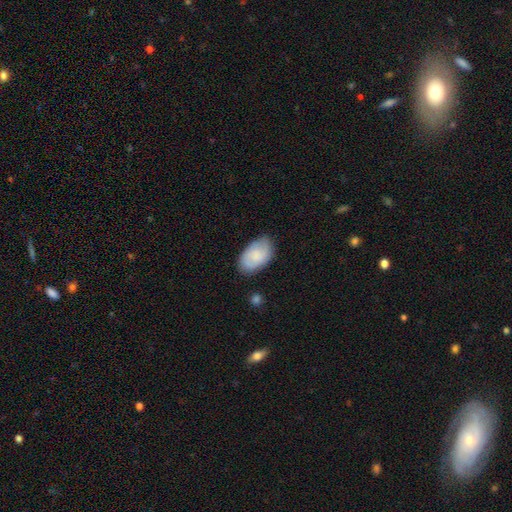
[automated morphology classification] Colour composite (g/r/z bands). It shows a smooth galaxy with no disk features (75%) that is in between round and cigar-shaped (93%). Merging: none (73%).